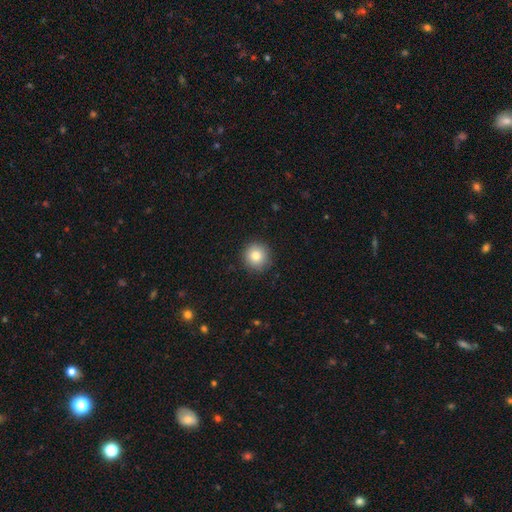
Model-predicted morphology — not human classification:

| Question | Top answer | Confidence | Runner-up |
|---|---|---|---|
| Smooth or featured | smooth | 83% | star or artifact (9%) |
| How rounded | round | 94% | in between (5%) |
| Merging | none | 90% | minor disturbance (7%) |